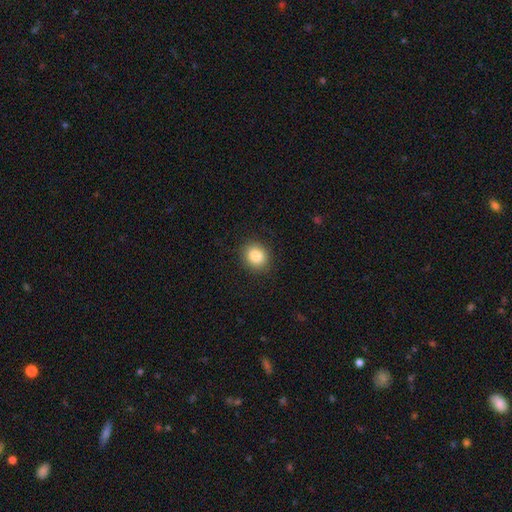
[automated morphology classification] This is clearly a smooth galaxy (84%). How rounded: likely round (72%). Merging: clearly none (89%).